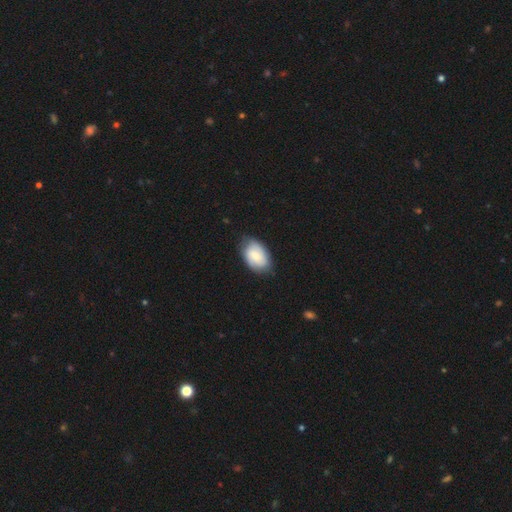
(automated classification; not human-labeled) The model was most divided on "merging": none: 73%, minor disturbance: 22%, major disturbance: 4%, merger: 1%. More confident: how rounded — in between (90%); smooth or featured — smooth (74%).